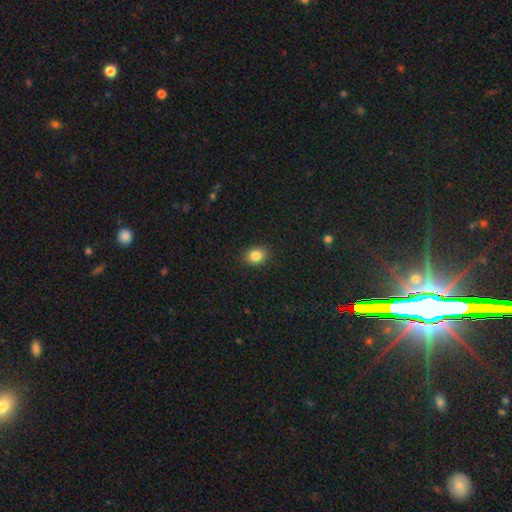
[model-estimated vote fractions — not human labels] Smooth or featured: smooth — 85% (star or artifact — 10%)
How rounded: in between — 52% (round — 47%)
Merging: none — 89% (minor disturbance — 8%)